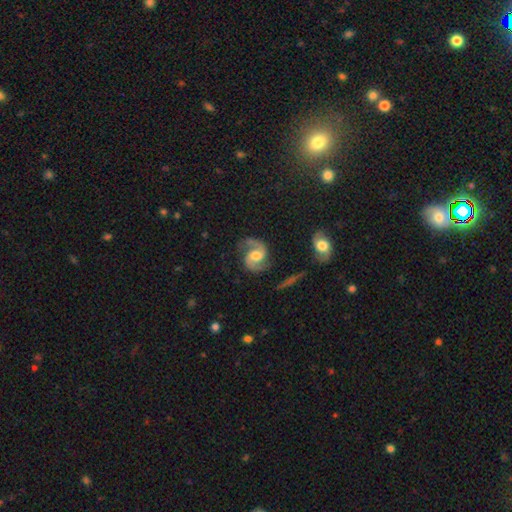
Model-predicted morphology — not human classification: This appears to be a featured or disk galaxy (90%) with a weak bar (46%), 2 (94%) medium (61%) spiral arms (98%) and a moderate central bulge (65%). Merging: none (80%).